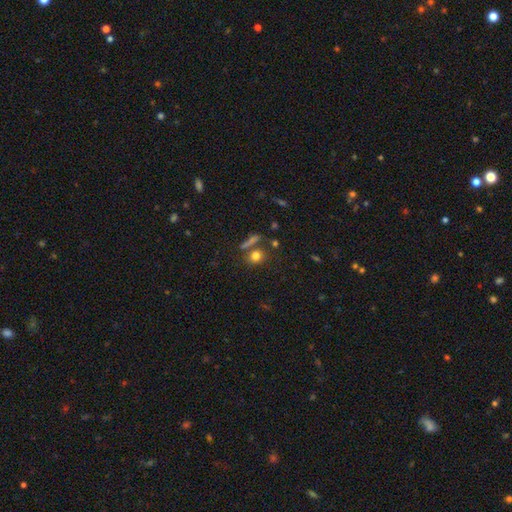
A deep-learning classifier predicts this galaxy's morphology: smooth-or-featured: smooth: 78% | star or artifact: 13% | featured or disk: 9%
  how-rounded: round: 70% | in between: 27% | cigar-shaped: 3%
  merging: none: 69% | merger: 16% | minor disturbance: 11% | major disturbance: 5%